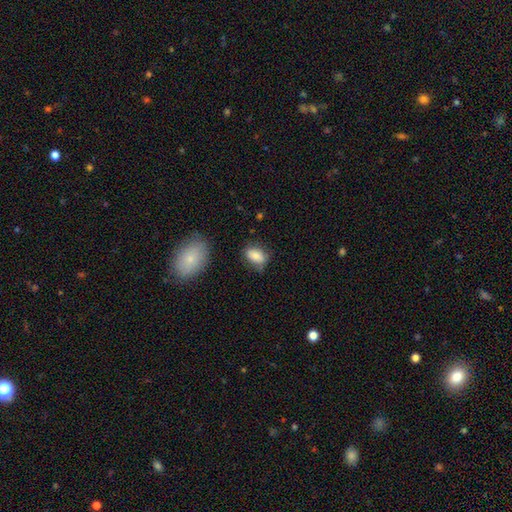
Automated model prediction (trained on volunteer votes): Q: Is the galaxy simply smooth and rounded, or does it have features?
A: smooth — 80%.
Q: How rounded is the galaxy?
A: in between — 86%.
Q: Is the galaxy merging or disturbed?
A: none — 64%.